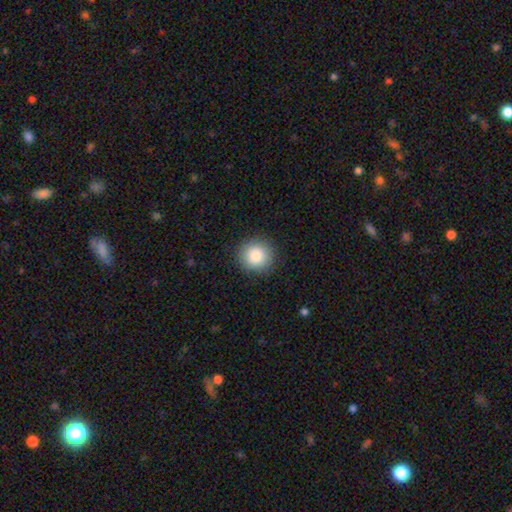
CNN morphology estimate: Smooth or featured? Predicted: smooth (p=0.86). How rounded? Predicted: round (p=0.94). Merging? Predicted: none (p=0.91).